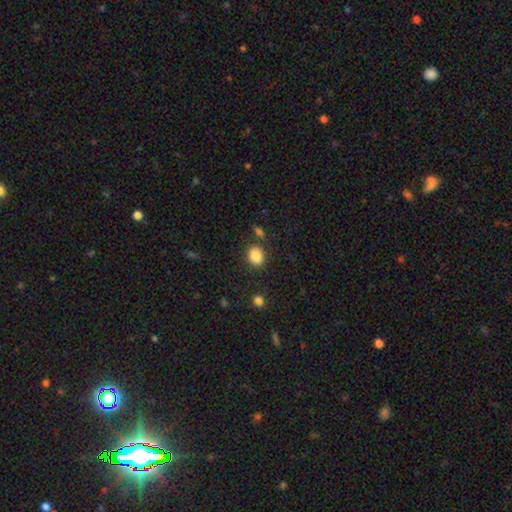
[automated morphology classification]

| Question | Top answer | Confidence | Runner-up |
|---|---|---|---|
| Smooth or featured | smooth | 87% | star or artifact (9%) |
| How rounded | round | 63% | in between (36%) |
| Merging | none | 81% | minor disturbance (10%) |